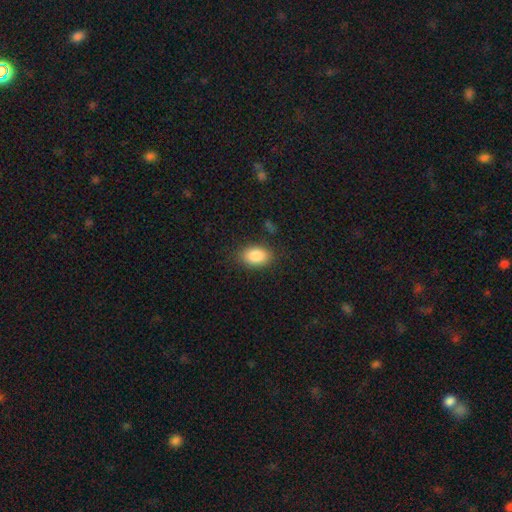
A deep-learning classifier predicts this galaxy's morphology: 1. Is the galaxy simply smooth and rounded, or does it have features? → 87% smooth, 8% star or artifact, 6% featured or disk.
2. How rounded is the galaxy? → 88% in between, 10% round, 1% cigar-shaped.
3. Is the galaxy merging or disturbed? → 84% none, 11% minor disturbance, 3% major disturbance, 1% merger.